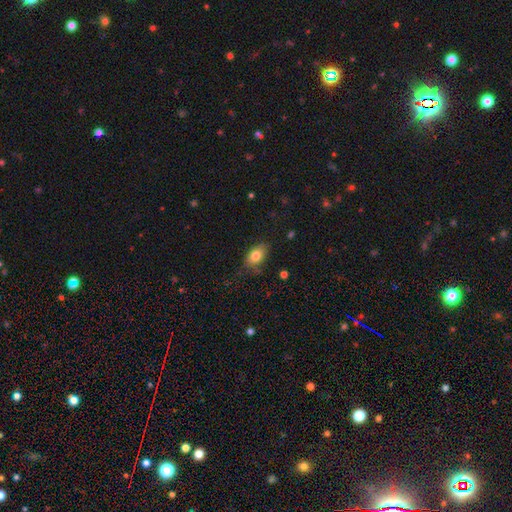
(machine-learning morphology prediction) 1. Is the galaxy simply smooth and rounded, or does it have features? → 80% smooth, 12% featured or disk, 8% star or artifact.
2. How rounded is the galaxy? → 86% in between, 11% round, 3% cigar-shaped.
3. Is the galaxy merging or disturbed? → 71% none, 22% minor disturbance, 5% major disturbance, 2% merger.